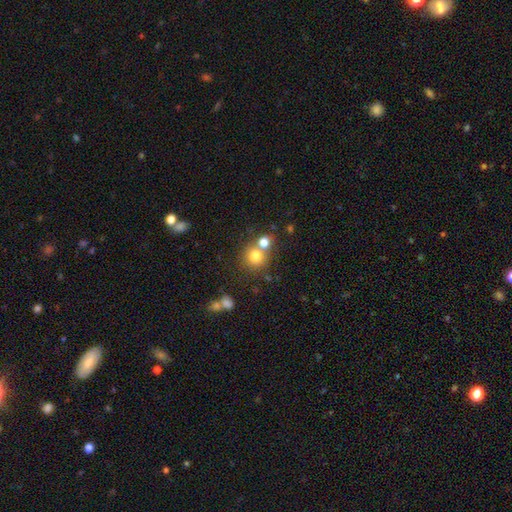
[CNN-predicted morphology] Smooth or featured? Predicted: smooth (p=0.77). How rounded? Predicted: round (p=0.90). Merging? Predicted: none (p=0.60).